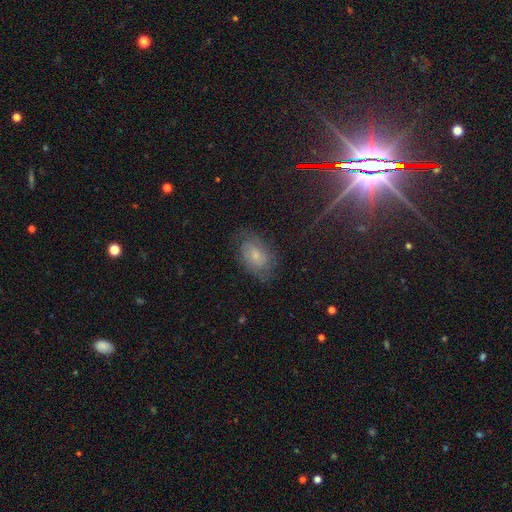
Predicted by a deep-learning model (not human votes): Overall: featured or disk (50%; smooth 35%). Merging: none (70%).